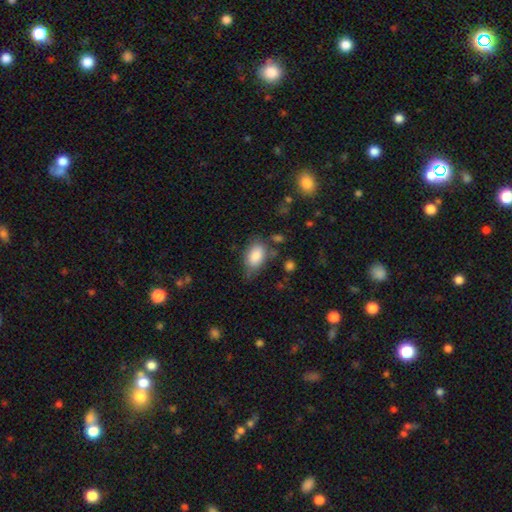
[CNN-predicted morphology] smooth-or-featured: smooth: 84% | featured or disk: 9% | star or artifact: 7%
  how-rounded: in between: 90% | round: 8% | cigar-shaped: 2%
  merging: none: 51% | minor disturbance: 33% | major disturbance: 11% | merger: 5%